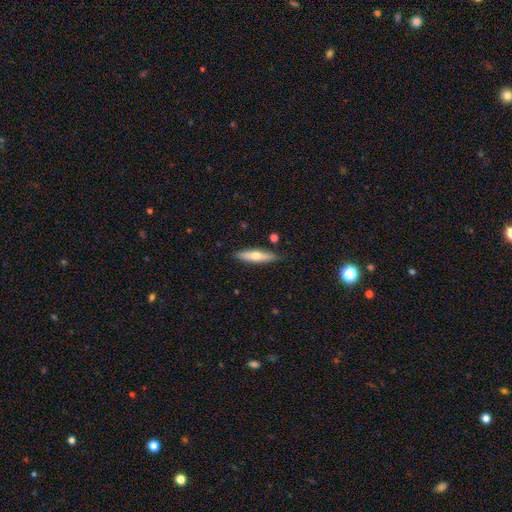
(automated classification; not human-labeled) Smooth or featured?
  - smooth: 53% *
  - featured or disk: 41%
  - star or artifact: 6%
How rounded?
  - cigar-shaped: 76% *
  - in between: 22%
  - round: 2%
Merging?
  - none: 86% *
  - minor disturbance: 9%
  - merger: 2%
  - major disturbance: 2%